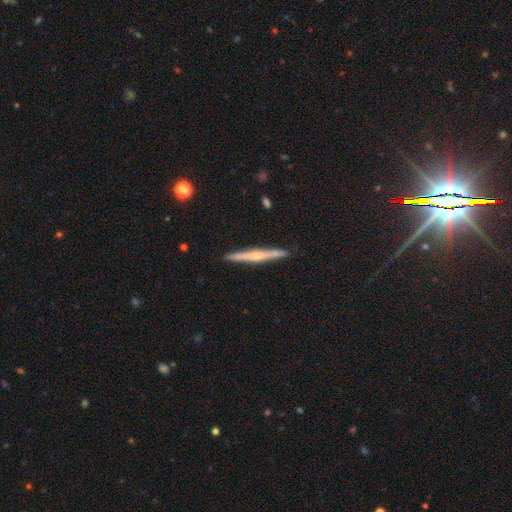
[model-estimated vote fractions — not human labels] Smooth or featured? Predicted: featured or disk (p=0.67). Edge-on disk? Predicted: yes (p=0.97). Edge-on bulge? Predicted: rounded (p=0.73). Merging? Predicted: none (p=0.90).